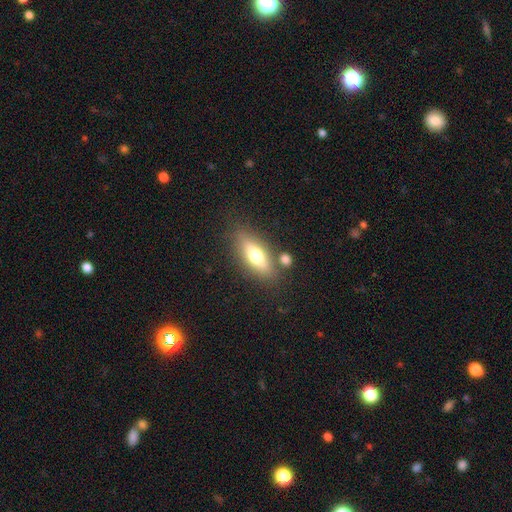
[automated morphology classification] type=smooth (57%); roundness=in between (59%); merging=none (76%).